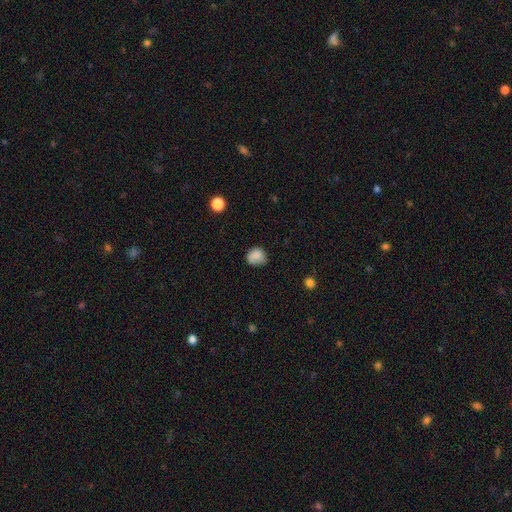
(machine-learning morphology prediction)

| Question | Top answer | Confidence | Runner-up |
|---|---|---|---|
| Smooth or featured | smooth | 84% | star or artifact (10%) |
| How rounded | round | 70% | in between (29%) |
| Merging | none | 61% | minor disturbance (30%) |